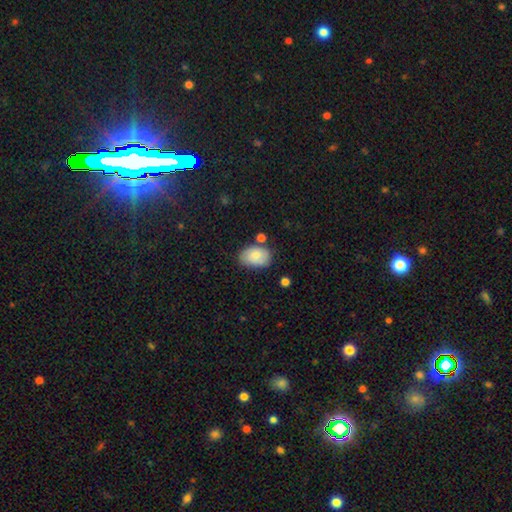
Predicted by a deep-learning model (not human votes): Smooth or featured? smooth (76%)
How rounded? in between (85%)
Merging? none (68%)